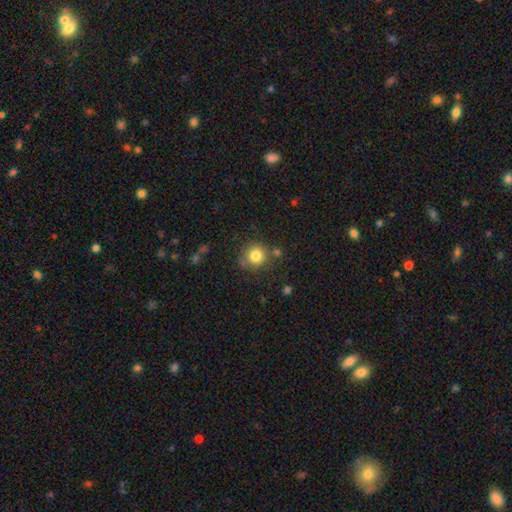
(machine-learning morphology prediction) The model was most divided on "merging": none: 77%, minor disturbance: 11%, merger: 7%, major disturbance: 4%. More confident: how rounded — round (93%); smooth or featured — smooth (81%).